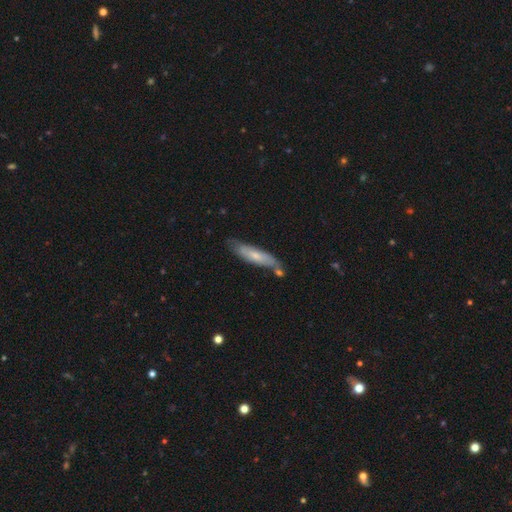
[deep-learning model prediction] Smooth or featured?
  - smooth: 54% *
  - featured or disk: 40%
  - star or artifact: 6%
How rounded?
  - cigar-shaped: 76% *
  - in between: 22%
  - round: 2%
Merging?
  - none: 63% *
  - minor disturbance: 21%
  - merger: 10%
  - major disturbance: 5%